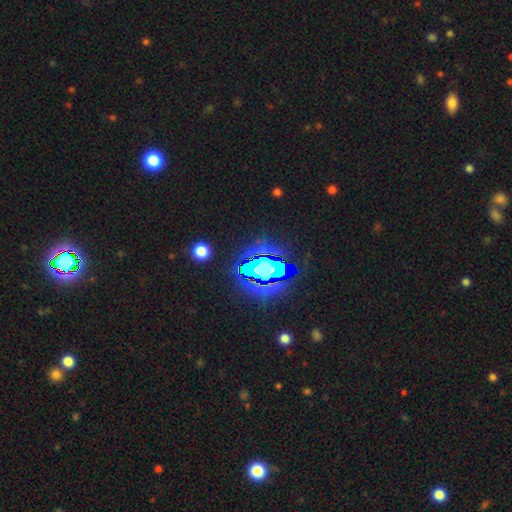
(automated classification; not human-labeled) A star or artifact, not a galaxy (85%).

Vote fractions:
- Smooth or featured? star or artifact: 85% / smooth: 9% / featured or disk: 6%